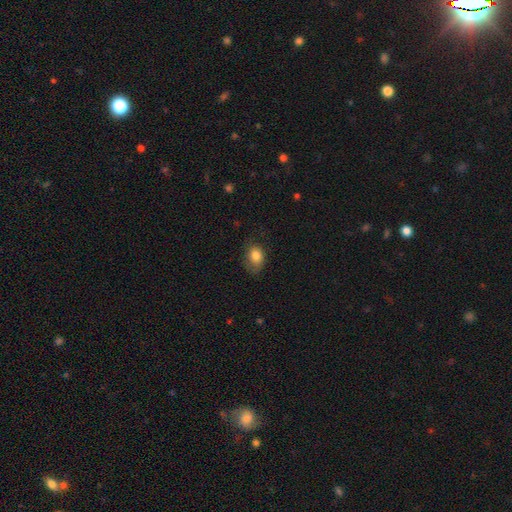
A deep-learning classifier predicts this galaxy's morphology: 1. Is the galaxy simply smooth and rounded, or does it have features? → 81% smooth, 11% featured or disk, 9% star or artifact.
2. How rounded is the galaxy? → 69% in between, 30% round, 1% cigar-shaped.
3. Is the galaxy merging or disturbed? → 61% none, 27% minor disturbance, 11% major disturbance, 1% merger.